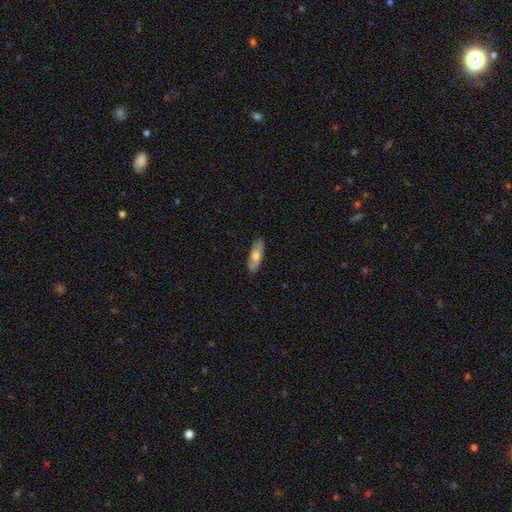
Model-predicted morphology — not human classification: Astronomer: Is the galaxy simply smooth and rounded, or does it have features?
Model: smooth — 64%.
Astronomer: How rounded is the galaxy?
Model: in between — 63%.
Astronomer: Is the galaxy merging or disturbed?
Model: none — 87%.